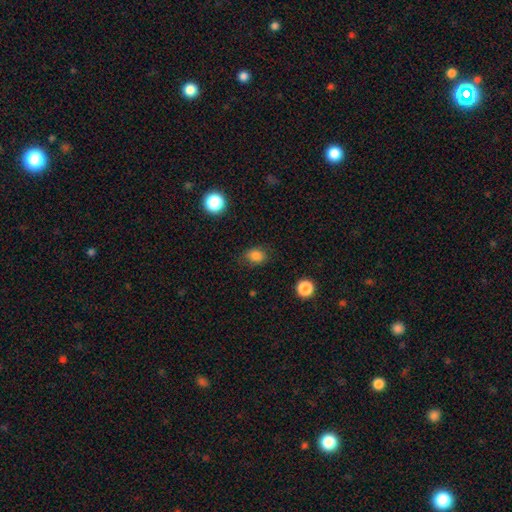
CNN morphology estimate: Smooth or featured? Predicted: smooth (p=0.83). How rounded? Predicted: in between (p=0.56). Merging? Predicted: none (p=0.78).